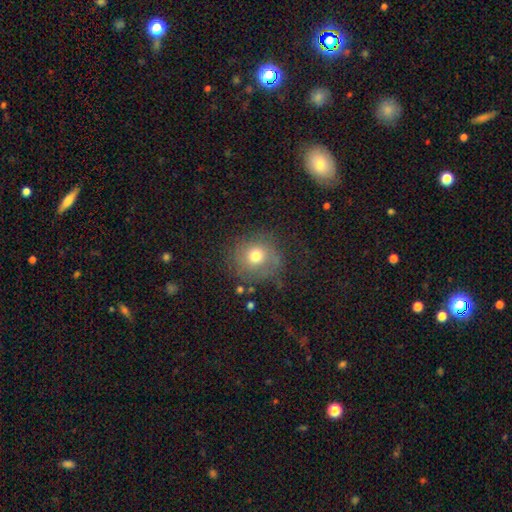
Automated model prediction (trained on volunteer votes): Smooth or featured?
  - smooth: 64% *
  - featured or disk: 22%
  - star or artifact: 14%
How rounded?
  - round: 89% *
  - in between: 10%
  - cigar-shaped: 1%
Merging?
  - none: 68% *
  - minor disturbance: 18%
  - major disturbance: 12%
  - merger: 2%